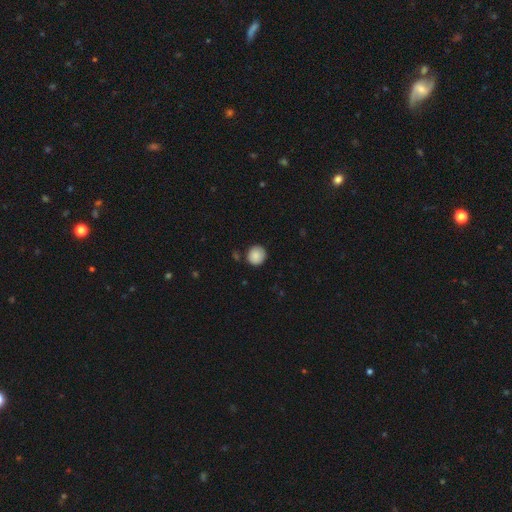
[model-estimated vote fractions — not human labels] The model was most divided on "merging": none: 85%, minor disturbance: 10%, merger: 3%, major disturbance: 2%. More confident: how rounded — round (91%); smooth or featured — smooth (86%).